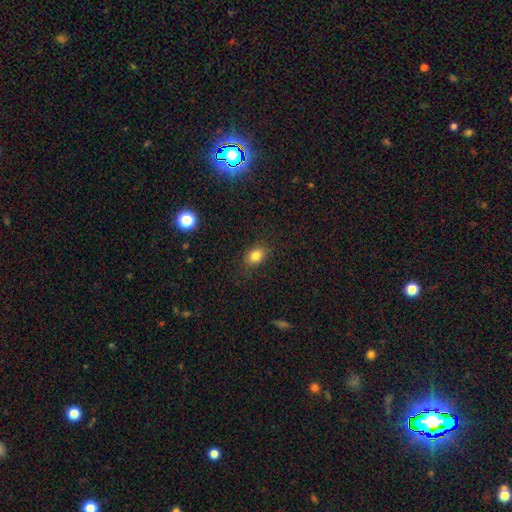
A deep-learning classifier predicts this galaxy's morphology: Q: Smooth or featured?
A: smooth (82%); runner-up: star or artifact (11%)
Q: How rounded?
A: in between (61%); runner-up: round (38%)
Q: Merging?
A: none (84%); runner-up: minor disturbance (12%)